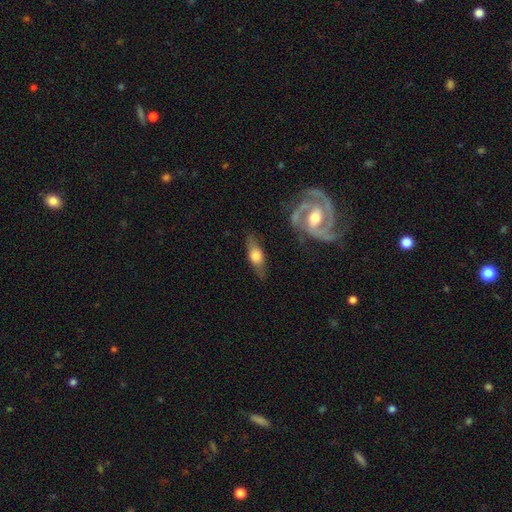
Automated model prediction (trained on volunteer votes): Overall: featured or disk (49%; smooth 44%). Merging: none (74%).